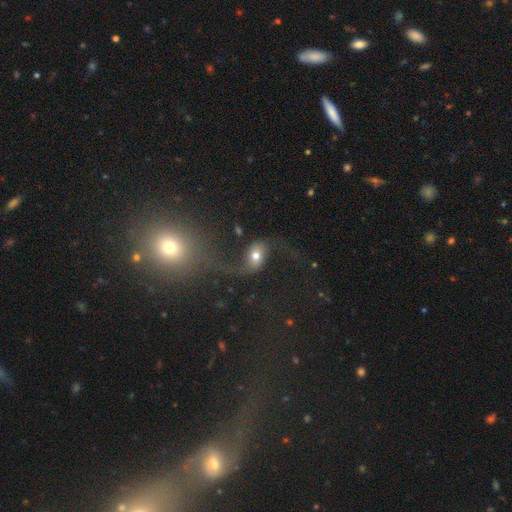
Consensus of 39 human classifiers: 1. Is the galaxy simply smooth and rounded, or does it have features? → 56% featured or disk, 36% smooth, 8% star or artifact.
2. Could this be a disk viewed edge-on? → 95% no, 5% yes.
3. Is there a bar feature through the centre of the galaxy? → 57% no, 29% weak, 14% strong.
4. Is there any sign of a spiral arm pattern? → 86% yes, 14% no.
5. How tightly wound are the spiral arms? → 94% loose, 6% medium, 0% tight.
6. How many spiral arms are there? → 100% 2, 0% 1, 0% 3, 0% 4, 0% more than 4, 0% can't tell.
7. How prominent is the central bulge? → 71% moderate, 14% large, 10% small, 5% none, 0% dominant.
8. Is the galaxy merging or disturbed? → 47% none, 28% major disturbance, 14% minor disturbance, 11% merger.